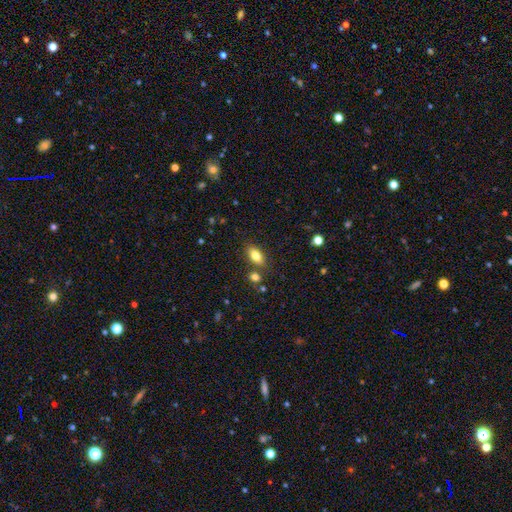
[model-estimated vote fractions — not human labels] Q: Smooth or featured?
A: smooth (79%); runner-up: featured or disk (13%)
Q: How rounded?
A: in between (85%); runner-up: cigar-shaped (10%)
Q: Merging?
A: none (77%); runner-up: minor disturbance (12%)